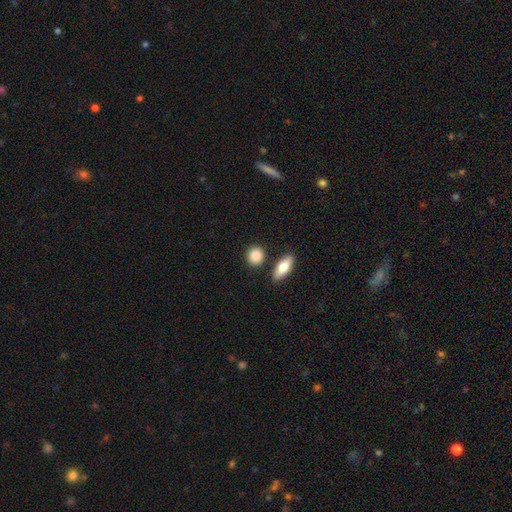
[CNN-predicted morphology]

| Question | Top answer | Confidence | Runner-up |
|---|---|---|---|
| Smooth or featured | smooth | 86% | star or artifact (7%) |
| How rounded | round | 75% | in between (22%) |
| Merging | none | 81% | minor disturbance (9%) |